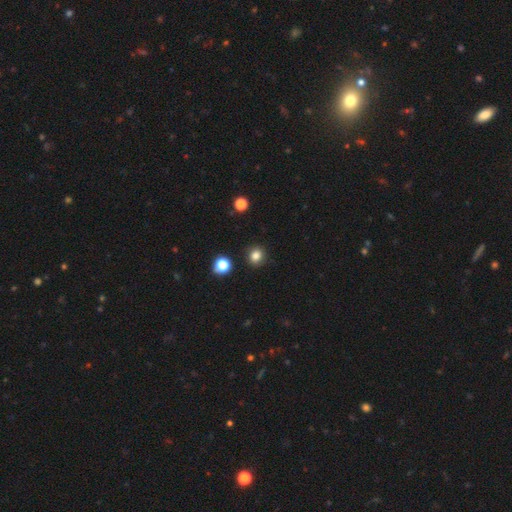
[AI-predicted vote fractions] This appears to be a smooth galaxy with no disk features (82%) that is round (84%). Merging: none (90%).